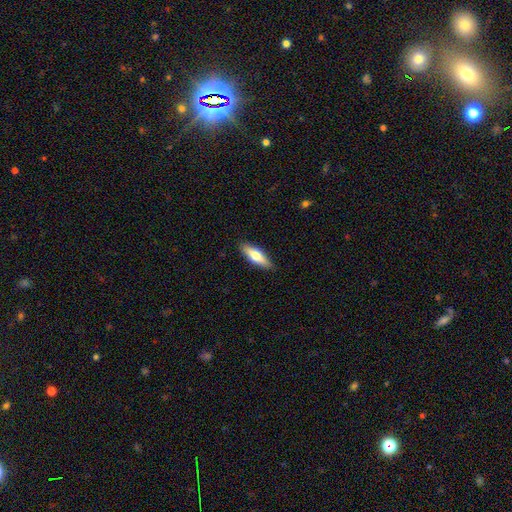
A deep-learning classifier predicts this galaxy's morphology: smooth 63%, featured or disk 31%, star or artifact 6%. Down the decision tree: how rounded — cigar-shaped (49%, tied with in between); merging — none (88%).